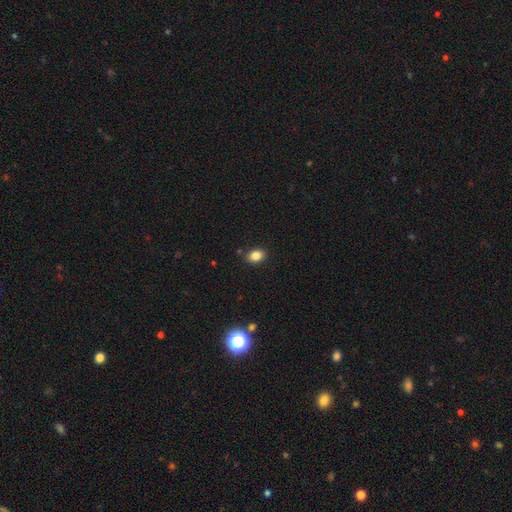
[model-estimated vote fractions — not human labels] A smooth galaxy with no disk features (84%) that is in between round and cigar-shaped (71%). Merging: none (87%).